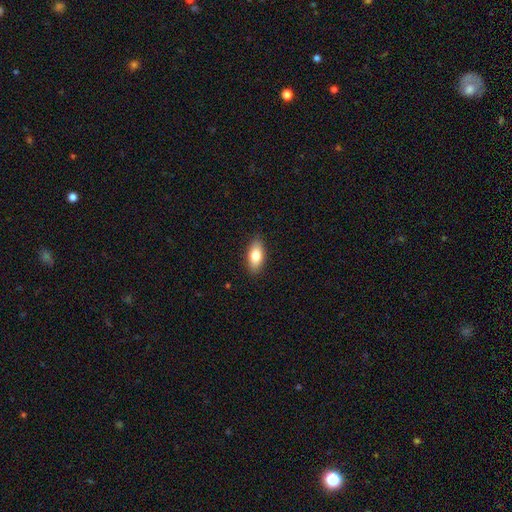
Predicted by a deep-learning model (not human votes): Smooth or featured: smooth — 80% (featured or disk — 13%)
How rounded: in between — 87% (cigar-shaped — 10%)
Merging: none — 89% (minor disturbance — 8%)